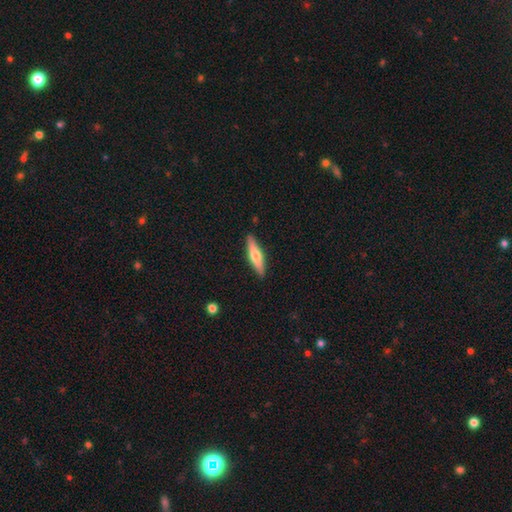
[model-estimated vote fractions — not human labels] Morphology: type=smooth (50%); roundness=cigar-shaped (76%); merging=none (89%).